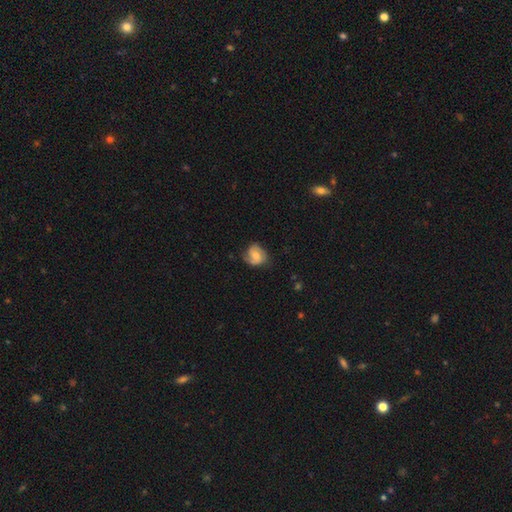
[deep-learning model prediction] Overall: featured or disk (57%; smooth 35%). Edge-on disk: no (98%). Bar: no (59%; weak 34%). Spiral arms: yes (90%). Spiral arm count: 2 (63%). Spiral winding: medium (42%; tight 37%). Bulge size: moderate (49%; small 39%). Merging: none (62%; minor disturbance 26%).